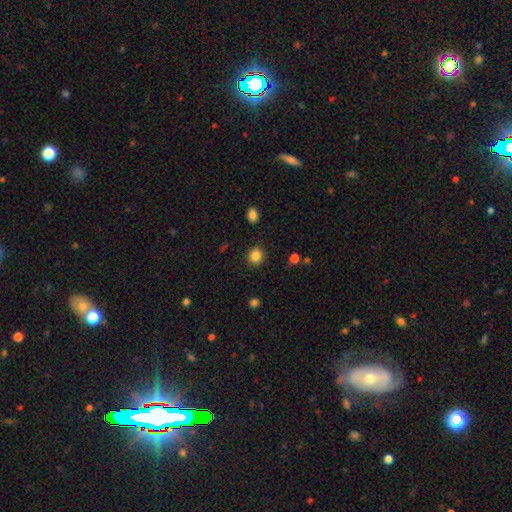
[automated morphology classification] The model was most divided on "how rounded": round: 83%, in between: 16%, cigar-shaped: 1%. More confident: merging — none (89%); smooth or featured — smooth (85%).